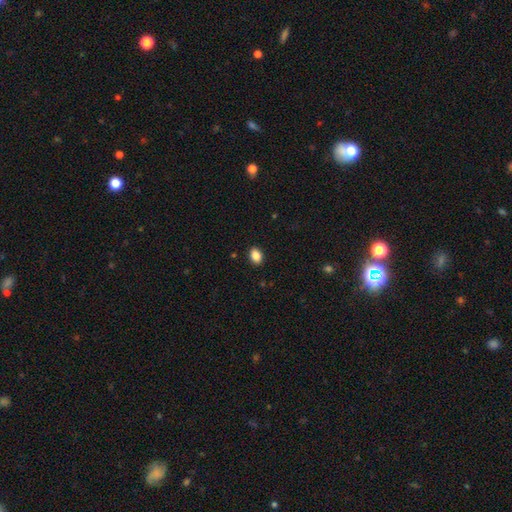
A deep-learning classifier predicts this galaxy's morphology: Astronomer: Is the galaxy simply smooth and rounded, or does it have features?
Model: smooth — 87%.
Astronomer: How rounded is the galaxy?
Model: in between — 75%.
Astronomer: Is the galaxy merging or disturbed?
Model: none — 90%.